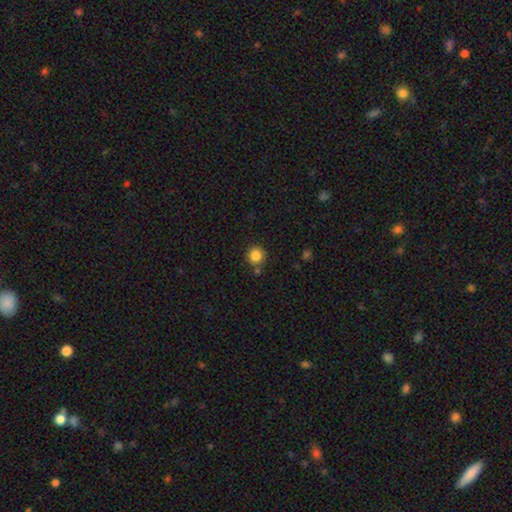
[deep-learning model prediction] A smooth galaxy with no disk features (85%) that is round (94%). Merging: none (82%).